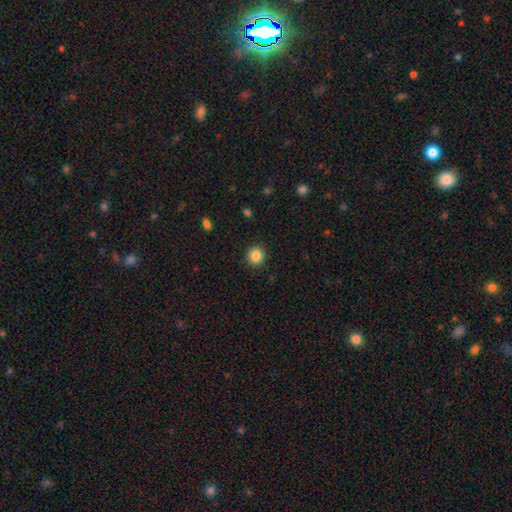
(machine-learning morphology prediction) Smooth or featured: smooth — 86% (star or artifact — 10%)
How rounded: round — 91% (in between — 8%)
Merging: none — 91% (minor disturbance — 6%)